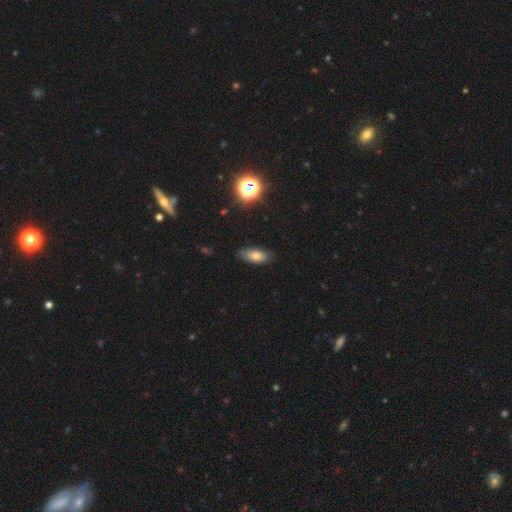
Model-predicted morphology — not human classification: Overall: smooth (76%). How rounded: in between (86%). Merging: none (81%).